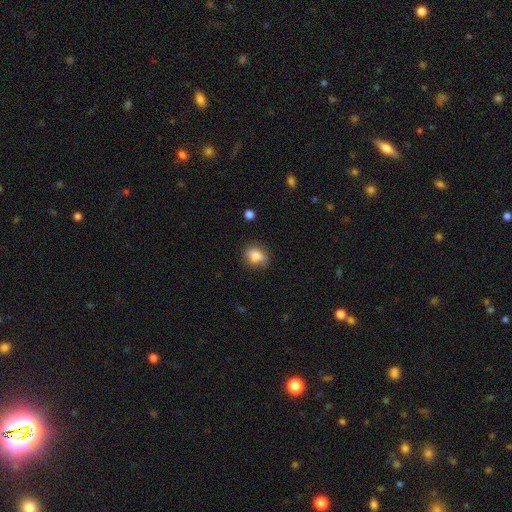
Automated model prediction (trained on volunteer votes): The model was most divided on "how rounded": in between: 52%, round: 47%, cigar-shaped: 2%. More confident: smooth or featured — smooth (82%); merging — none (74%).